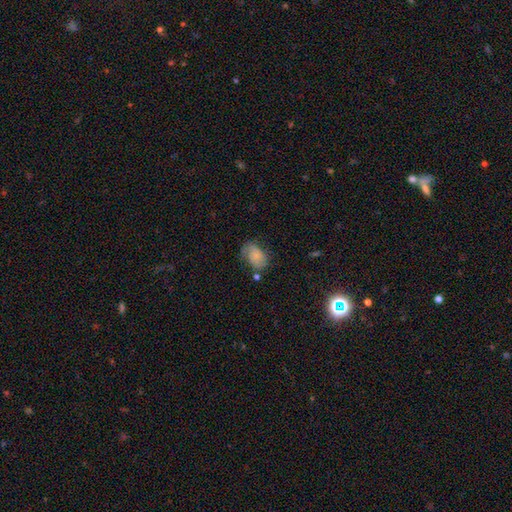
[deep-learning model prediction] Smooth or featured?
  - smooth: 62% *
  - featured or disk: 28%
  - star or artifact: 10%
How rounded?
  - in between: 82% *
  - round: 17%
  - cigar-shaped: 1%
Merging?
  - none: 45% *
  - minor disturbance: 32%
  - major disturbance: 18%
  - merger: 5%